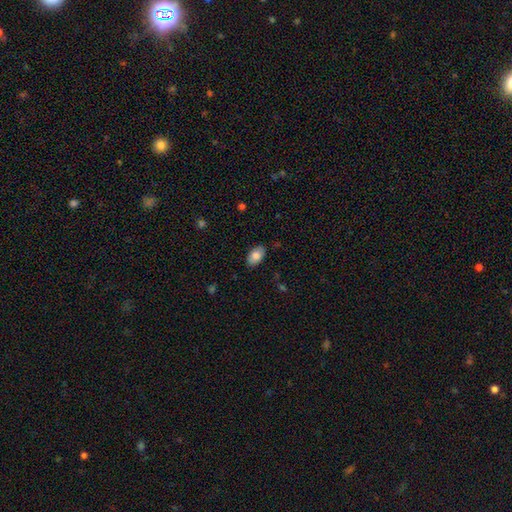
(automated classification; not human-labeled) A smooth galaxy with no disk features (81%) that is in between round and cigar-shaped (93%).

Vote fractions:
- Smooth or featured? smooth: 81% / featured or disk: 12% / star or artifact: 7%
- How rounded? in between: 93% / round: 5% / cigar-shaped: 1%
- Merging? none: 85% / minor disturbance: 12% / major disturbance: 2% / merger: 1%